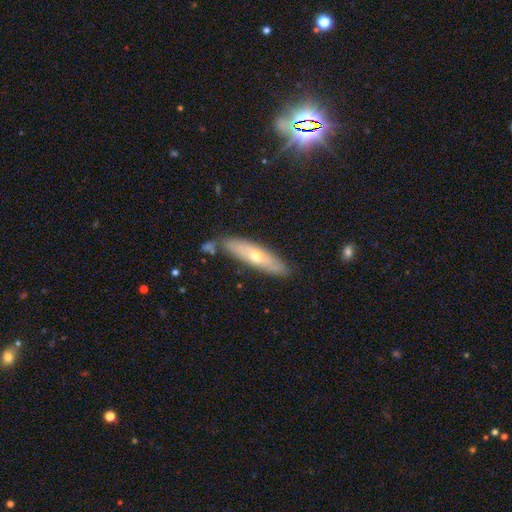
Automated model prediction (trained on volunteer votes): smooth_or_featured: featured or disk (p=0.50) [alt: smooth p=0.42]
merging: none (p=0.79) [alt: minor disturbance p=0.14]